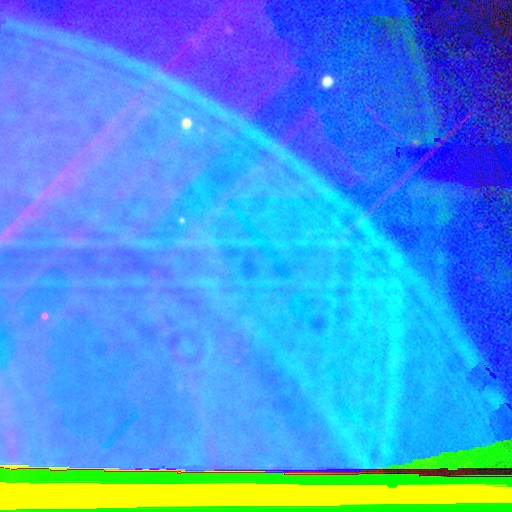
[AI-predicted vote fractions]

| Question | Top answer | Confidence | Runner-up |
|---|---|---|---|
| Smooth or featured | star or artifact | 87% | featured or disk (7%) |